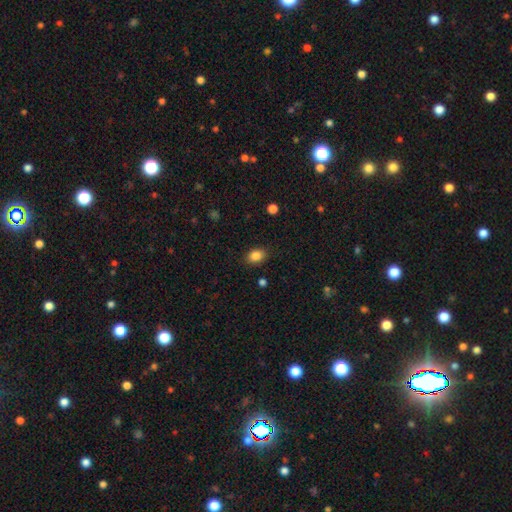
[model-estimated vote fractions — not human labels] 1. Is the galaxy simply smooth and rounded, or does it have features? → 85% smooth, 9% star or artifact, 5% featured or disk.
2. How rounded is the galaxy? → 75% in between, 24% round, 1% cigar-shaped.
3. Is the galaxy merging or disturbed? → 86% none, 10% minor disturbance, 3% major disturbance, 1% merger.